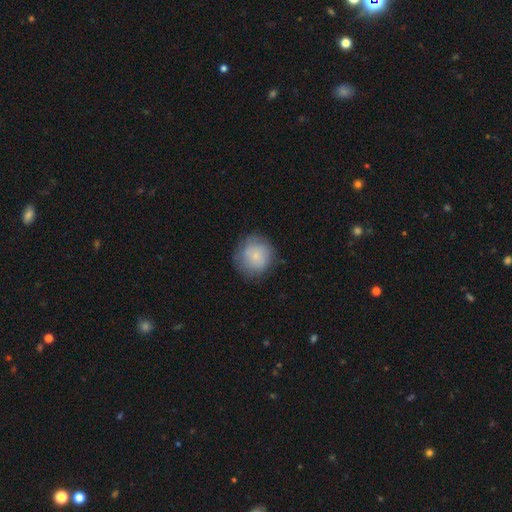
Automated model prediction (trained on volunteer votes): Smooth or featured? smooth (79%)
How rounded? round (90%)
Merging? none (76%)